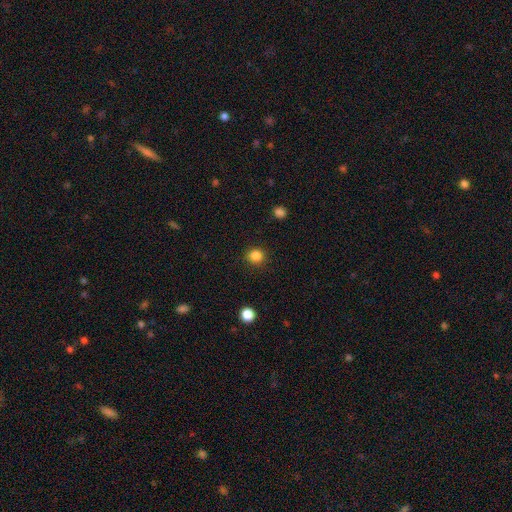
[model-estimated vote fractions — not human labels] A smooth galaxy with no disk features (84%) that is round (91%).

Vote fractions:
- Smooth or featured? smooth: 84% / star or artifact: 12% / featured or disk: 4%
- How rounded? round: 91% / in between: 8% / cigar-shaped: 1%
- Merging? none: 91% / minor disturbance: 6% / major disturbance: 2% / merger: 1%